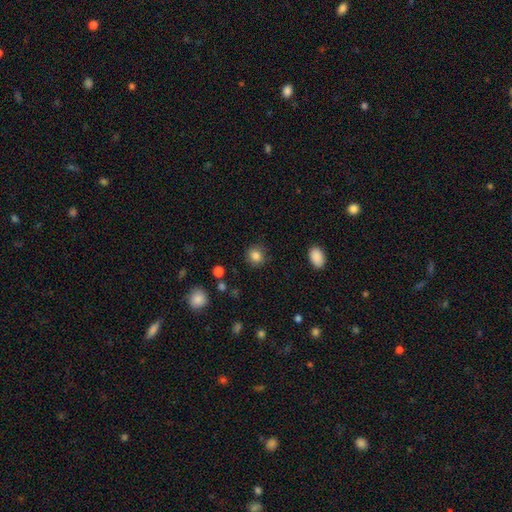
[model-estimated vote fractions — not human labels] The model was most divided on "how rounded": round: 82%, in between: 17%, cigar-shaped: 1%. More confident: merging — none (87%); smooth or featured — smooth (85%).